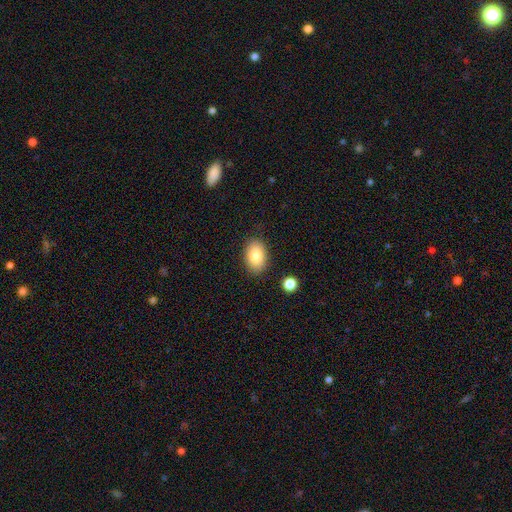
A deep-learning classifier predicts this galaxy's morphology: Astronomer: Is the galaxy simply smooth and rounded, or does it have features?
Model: smooth — 84%.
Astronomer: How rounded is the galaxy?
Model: in between — 89%.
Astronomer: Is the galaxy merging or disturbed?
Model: none — 86%.